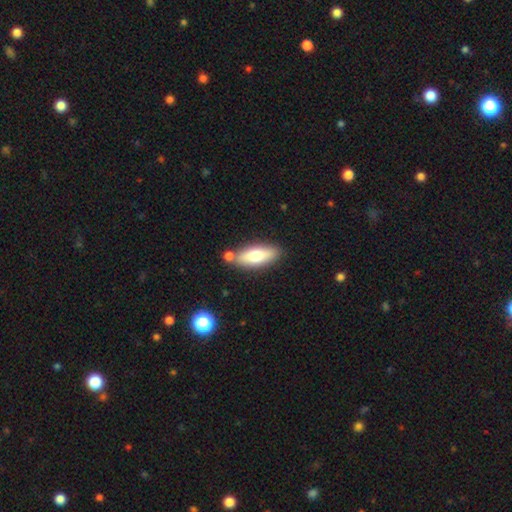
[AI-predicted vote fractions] Overall: smooth (69%). How rounded: in between (65%; cigar-shaped 33%). Merging: none (72%).